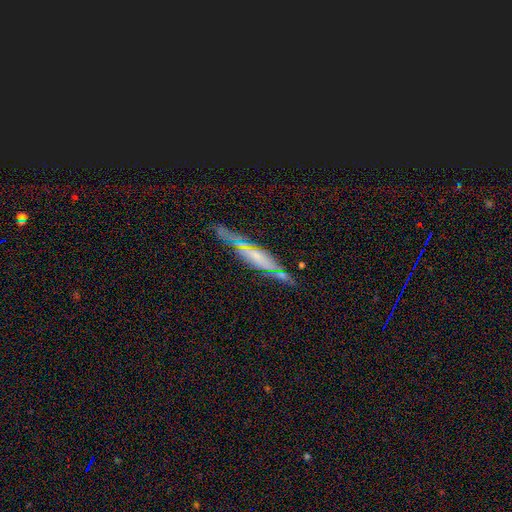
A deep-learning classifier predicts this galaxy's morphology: Smooth or featured? Predicted: featured or disk (p=0.57). Edge-on disk? Predicted: yes (p=0.79). Merging? Predicted: none (p=0.77).